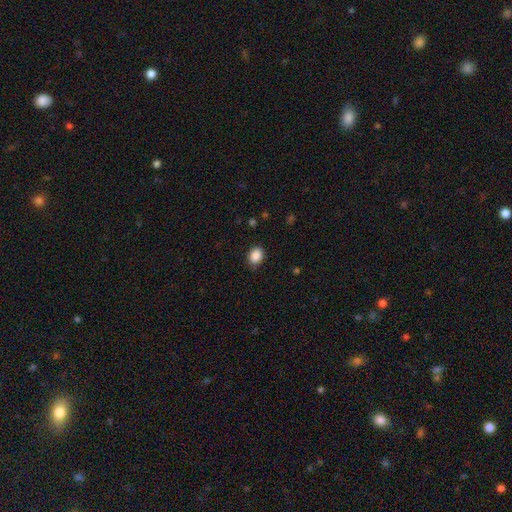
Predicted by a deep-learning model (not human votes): smooth 89%, star or artifact 8%, featured or disk 3%. Down the decision tree: how rounded — in between (62%); merging — none (83%).